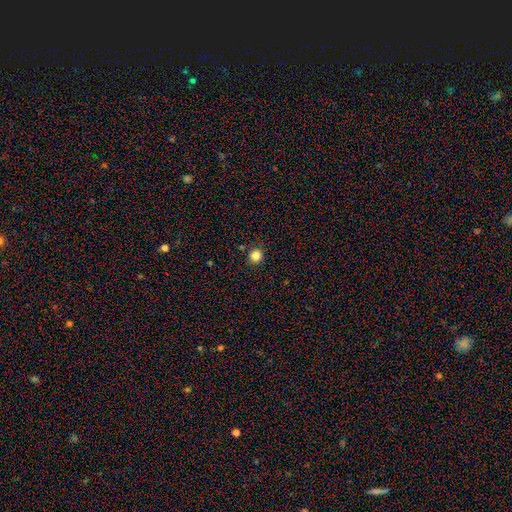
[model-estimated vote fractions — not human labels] Smooth or featured: smooth — 83% (star or artifact — 13%)
How rounded: round — 92% (in between — 8%)
Merging: none — 90% (minor disturbance — 6%)